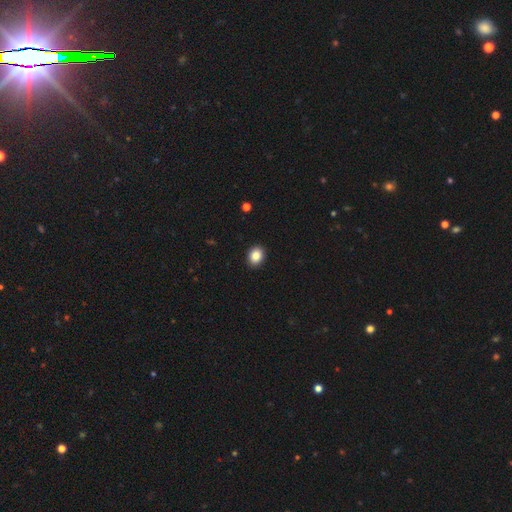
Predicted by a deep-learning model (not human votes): A smooth galaxy with no disk features (86%) that is in between round and cigar-shaped (54%).

Vote fractions:
- Smooth or featured? smooth: 86% / star or artifact: 9% / featured or disk: 5%
- How rounded? in between: 54% / round: 45% / cigar-shaped: 1%
- Merging? none: 92% / minor disturbance: 6% / major disturbance: 2% / merger: 1%